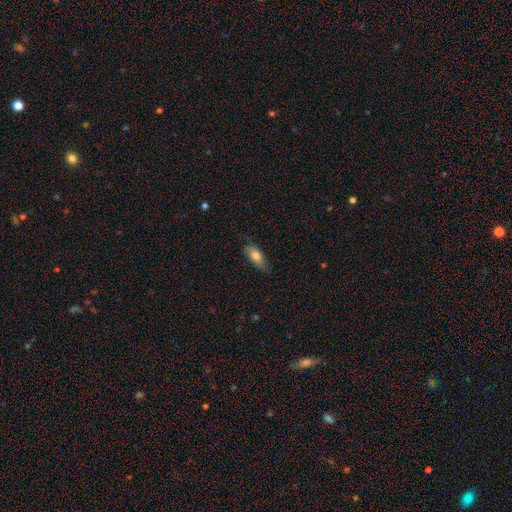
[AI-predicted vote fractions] smooth_or_featured: smooth (p=0.74) [alt: featured or disk p=0.20]
how_rounded: in between (p=0.75) [alt: cigar-shaped p=0.22]
merging: none (p=0.74) [alt: minor disturbance p=0.21]